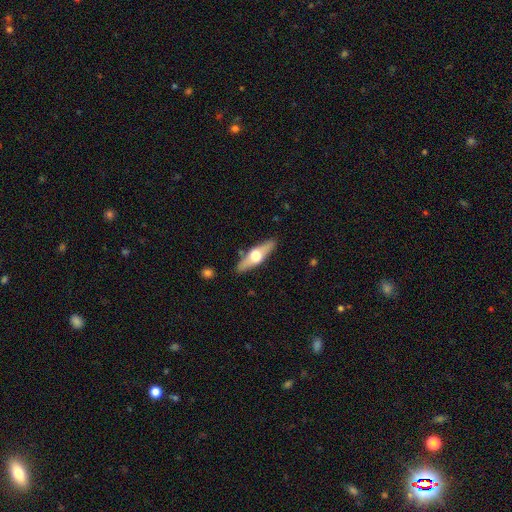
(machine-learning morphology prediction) smooth_or_featured: featured or disk (p=0.60) [alt: smooth p=0.35]
disk_edge_on: yes (p=0.92) [alt: no p=0.08]
edge_on_bulge: rounded (p=0.95) [alt: boxy p=0.03]
merging: none (p=0.87) [alt: minor disturbance p=0.09]